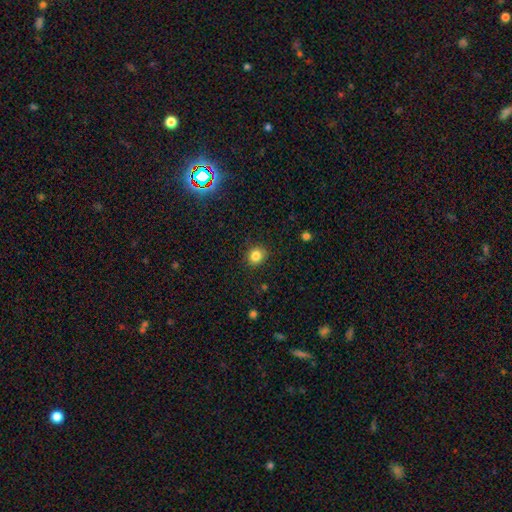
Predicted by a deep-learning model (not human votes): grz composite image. It shows a smooth galaxy with no disk features (84%) that is round (82%). Merging: none (88%).